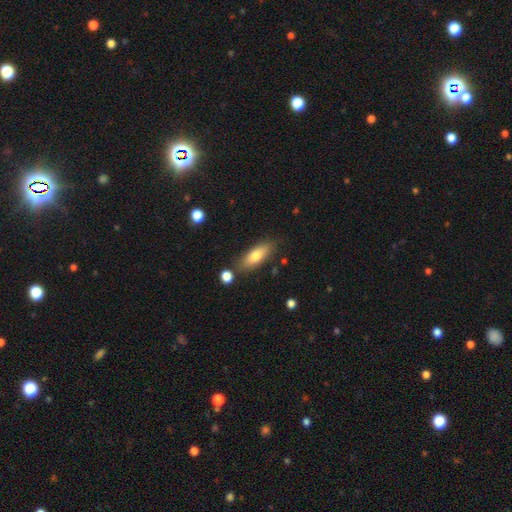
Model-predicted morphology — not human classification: type=smooth (75%); roundness=in between (68%); merging=none (79%).